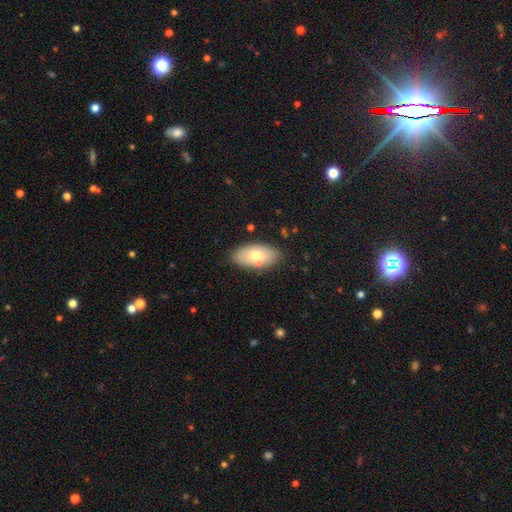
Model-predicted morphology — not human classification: The model was most divided on "smooth or featured": smooth: 66%, featured or disk: 27%, star or artifact: 7%. More confident: how rounded — in between (92%); merging — none (80%).